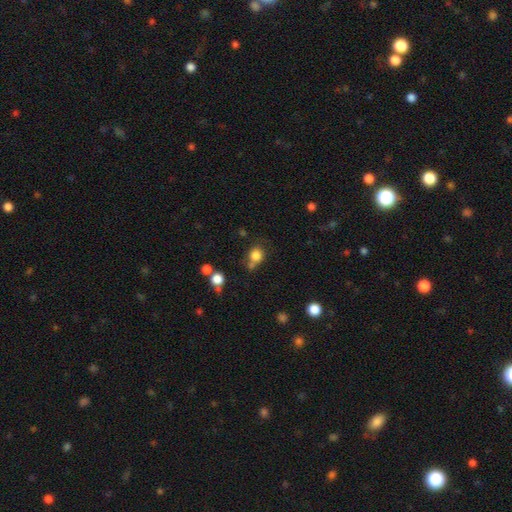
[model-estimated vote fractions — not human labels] smooth-or-featured: smooth: 80% | star or artifact: 13% | featured or disk: 7%
  how-rounded: round: 80% | in between: 19% | cigar-shaped: 1%
  merging: none: 55% | merger: 23% | minor disturbance: 15% | major disturbance: 6%